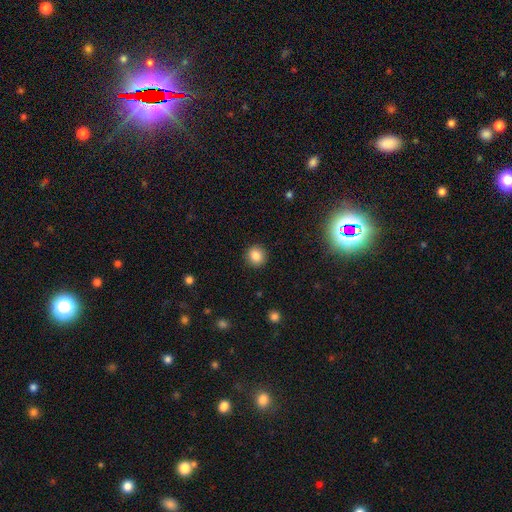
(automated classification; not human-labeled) A smooth galaxy with no disk features (85%) that is round (92%).

Vote fractions:
- Smooth or featured? smooth: 85% / star or artifact: 10% / featured or disk: 5%
- How rounded? round: 92% / in between: 7% / cigar-shaped: 1%
- Merging? none: 92% / minor disturbance: 5% / major disturbance: 2% / merger: 1%